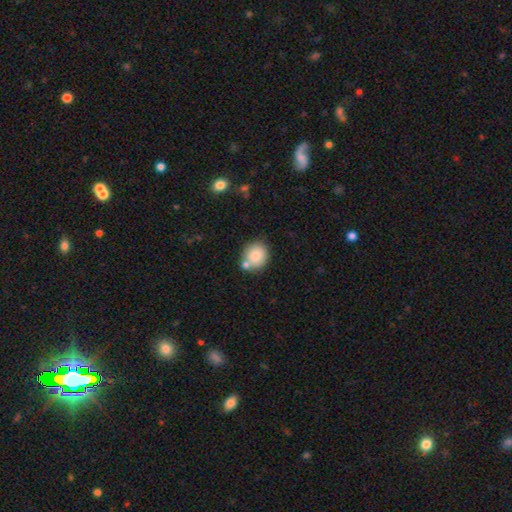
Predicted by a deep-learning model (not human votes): Smooth or featured? Predicted: smooth (p=0.84). How rounded? Predicted: round (p=0.71). Merging? Predicted: none (p=0.65).